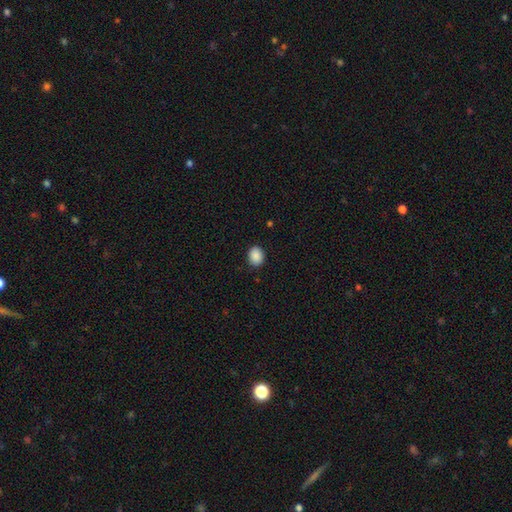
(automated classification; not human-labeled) Smooth or featured? smooth (90%)
How rounded? in between (51%)
Merging? none (88%)